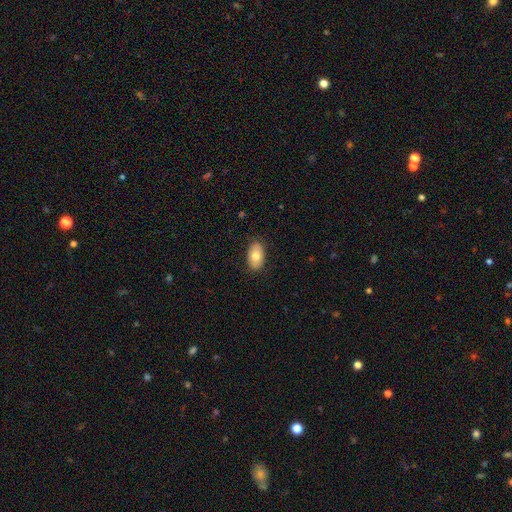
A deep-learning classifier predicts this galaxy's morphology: smooth 77%, featured or disk 16%, star or artifact 7%. Down the decision tree: how rounded — in between (92%); merging — none (86%).